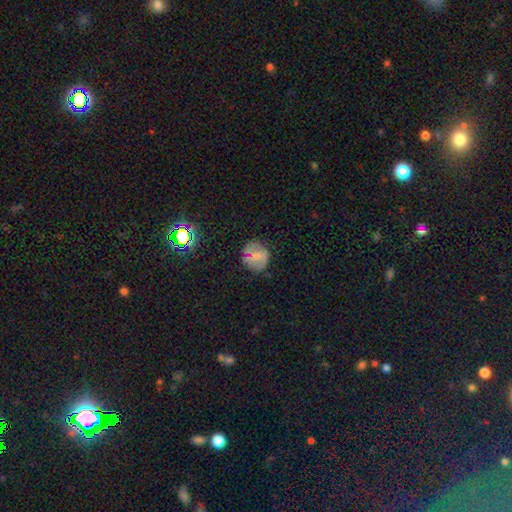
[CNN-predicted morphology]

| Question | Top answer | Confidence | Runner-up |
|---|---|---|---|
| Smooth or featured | smooth | 55% | featured or disk (33%) |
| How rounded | round | 84% | in between (15%) |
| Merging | none | 69% | minor disturbance (20%) |